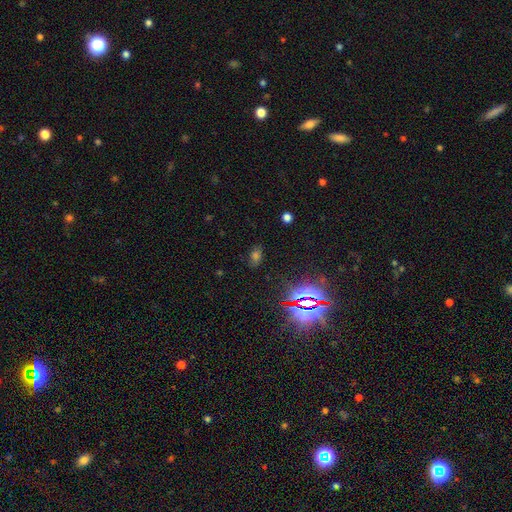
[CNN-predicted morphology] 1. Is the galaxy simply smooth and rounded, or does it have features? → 46% star or artifact, 45% smooth, 10% featured or disk.